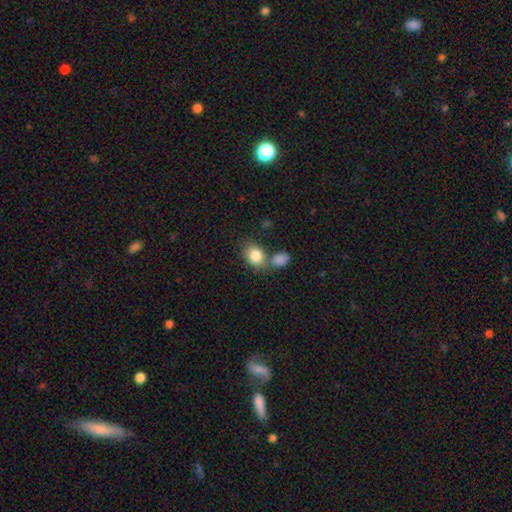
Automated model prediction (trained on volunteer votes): Smooth or featured? smooth (84%)
How rounded? in between (65%)
Merging? none (49%)